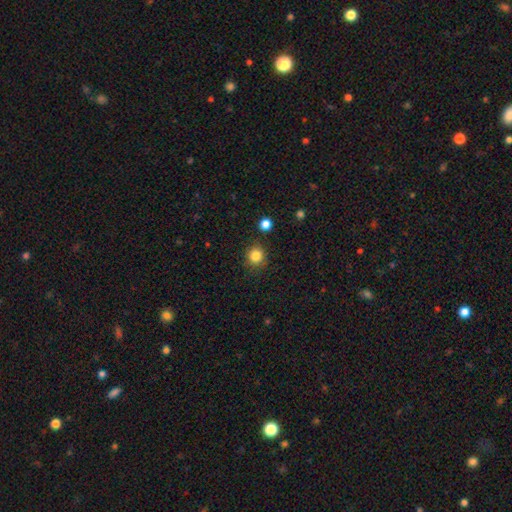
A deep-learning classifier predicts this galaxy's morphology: smooth-or-featured: smooth: 84% | star or artifact: 12% | featured or disk: 5%
  how-rounded: round: 92% | in between: 8% | cigar-shaped: 1%
  merging: none: 88% | minor disturbance: 7% | merger: 2% | major disturbance: 2%